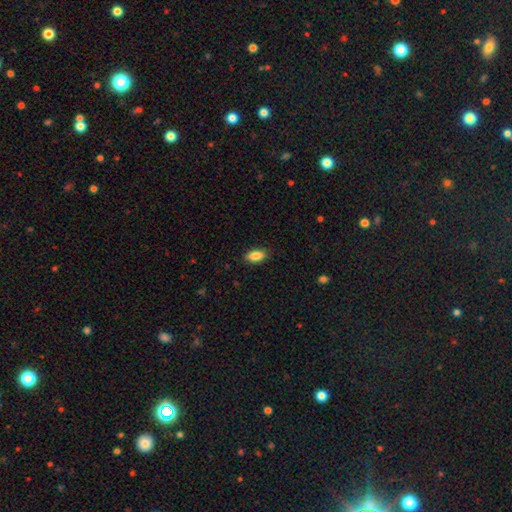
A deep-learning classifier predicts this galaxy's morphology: The model was most divided on "merging": none: 87%, minor disturbance: 10%, major disturbance: 2%, merger: 1%. More confident: how rounded — in between (90%); smooth or featured — smooth (87%).